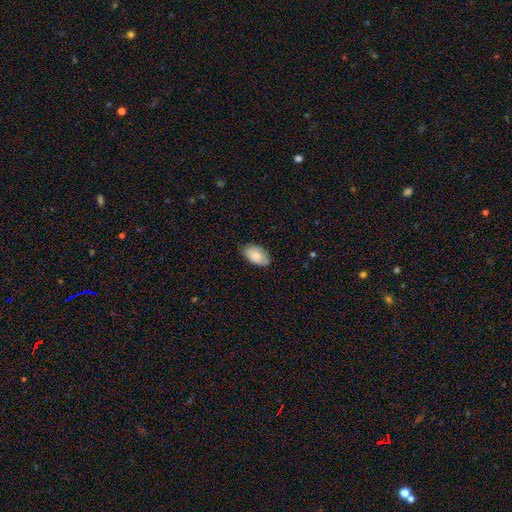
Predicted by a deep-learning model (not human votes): Morphology: type=smooth (85%); roundness=in between (94%); merging=none (80%).